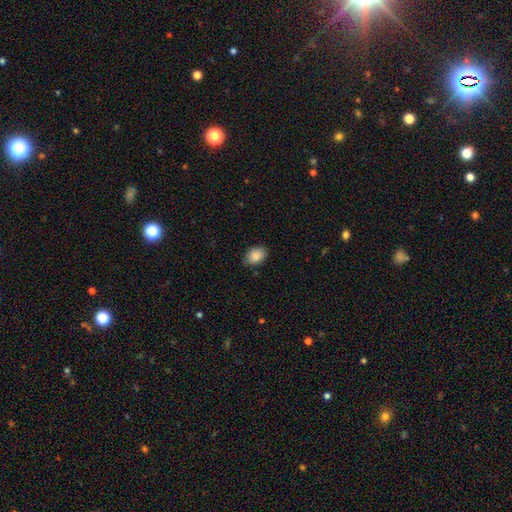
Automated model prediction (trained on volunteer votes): Morphology: type=smooth (88%); roundness=in between (78%); merging=none (78%).